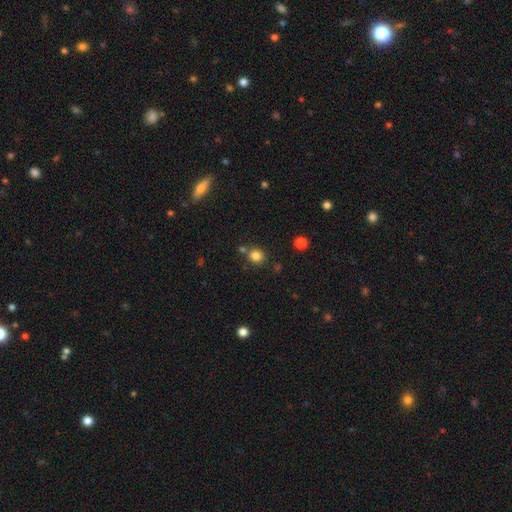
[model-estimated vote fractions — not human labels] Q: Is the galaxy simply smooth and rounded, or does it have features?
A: smooth — 82%.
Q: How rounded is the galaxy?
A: round — 85%.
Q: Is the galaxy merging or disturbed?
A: none — 77%.